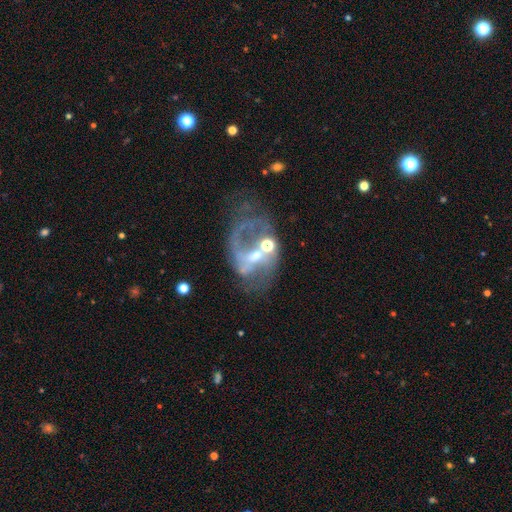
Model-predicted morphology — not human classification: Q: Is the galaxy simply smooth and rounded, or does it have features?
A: featured or disk — 77%.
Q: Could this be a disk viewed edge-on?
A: no — 97%.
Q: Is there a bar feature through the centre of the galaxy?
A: weak — 41%.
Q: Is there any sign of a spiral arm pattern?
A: yes — 78%.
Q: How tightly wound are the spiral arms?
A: loose — 50%.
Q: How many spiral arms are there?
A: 2 — 59%.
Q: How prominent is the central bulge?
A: moderate — 42%.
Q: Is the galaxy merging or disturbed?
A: none — 34%.